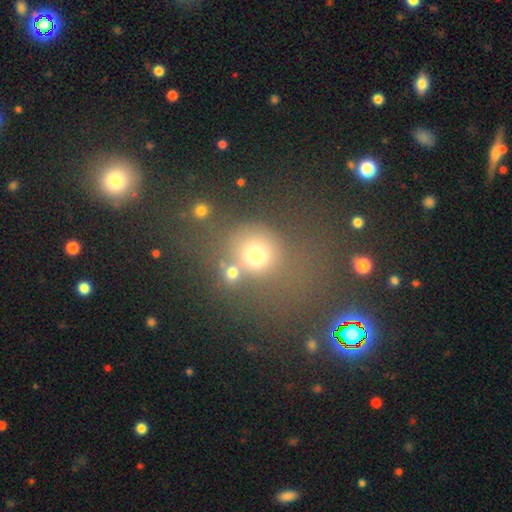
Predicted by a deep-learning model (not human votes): Smooth or featured? smooth (67%)
How rounded? round (77%)
Merging? none (53%)